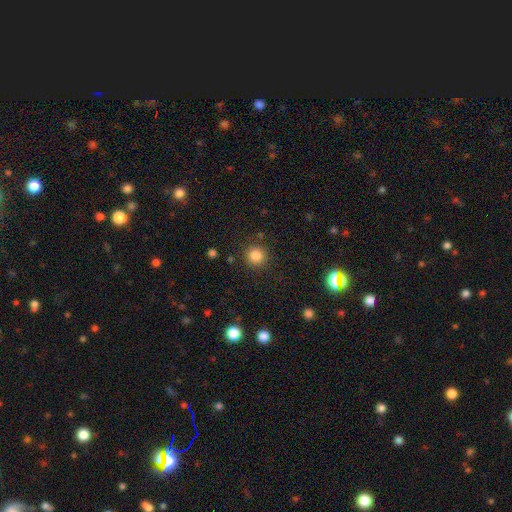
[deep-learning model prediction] Smooth or featured?
  - smooth: 83% *
  - star or artifact: 12%
  - featured or disk: 5%
How rounded?
  - round: 94% *
  - in between: 5%
  - cigar-shaped: 1%
Merging?
  - none: 89% *
  - minor disturbance: 6%
  - major disturbance: 3%
  - merger: 2%